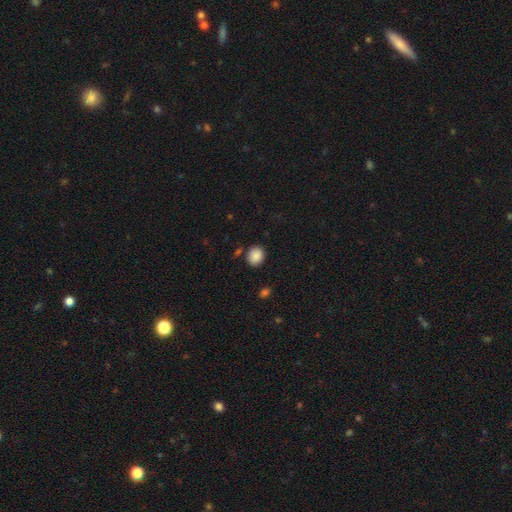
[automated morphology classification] Smooth or featured? smooth (88%)
How rounded? round (62%)
Merging? none (83%)